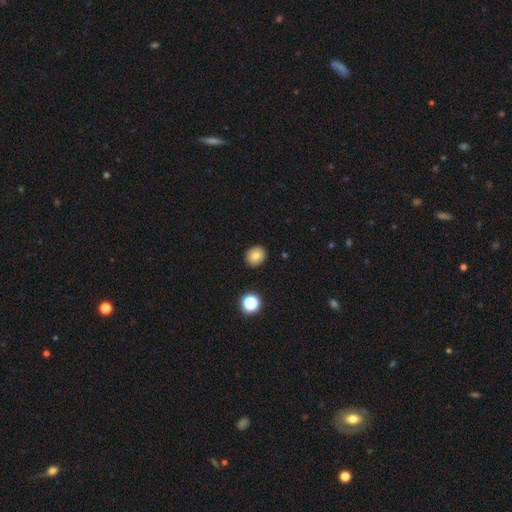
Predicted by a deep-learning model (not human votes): Morphology: type=smooth (79%); roundness=round (75%); merging=none (90%).